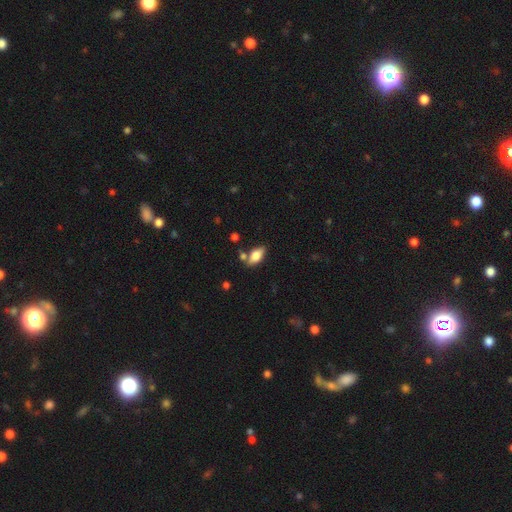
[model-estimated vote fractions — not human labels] Morphology: type=smooth (76%); roundness=in between (88%); merging=none (70%).